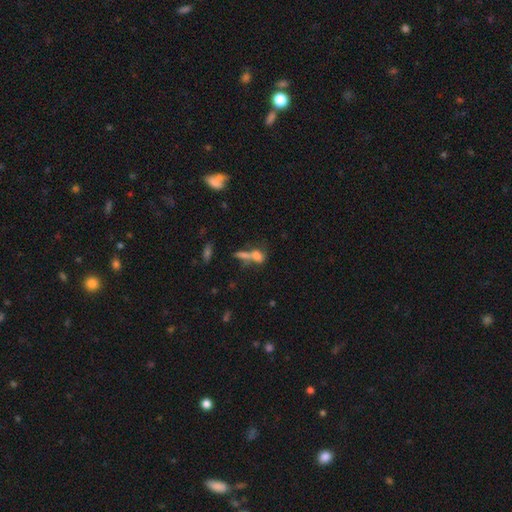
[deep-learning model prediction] Smooth or featured? smooth (59%)
How rounded? in between (49%)
Merging? merger (44%)